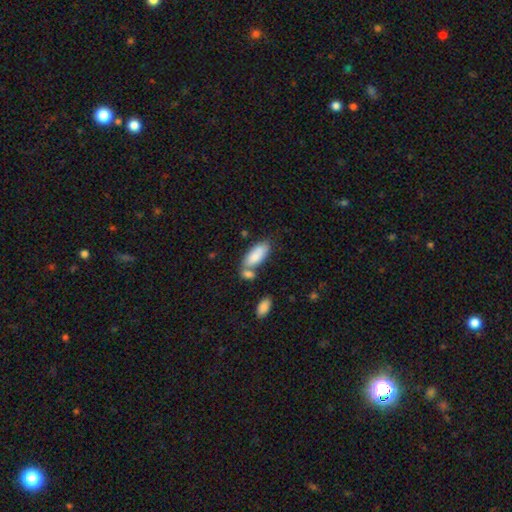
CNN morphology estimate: Overall: smooth (82%). How rounded: in between (84%). Merging: none (49%; merger 31%).